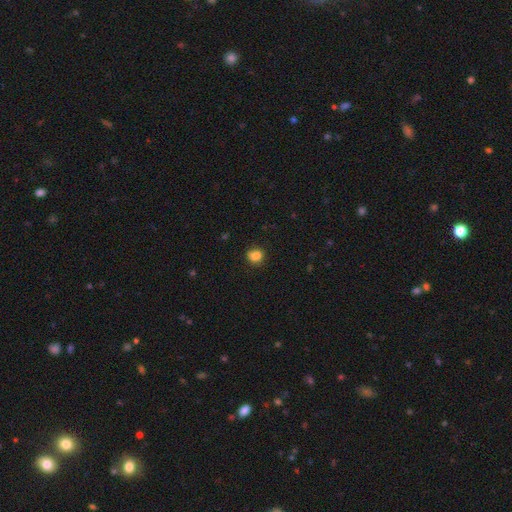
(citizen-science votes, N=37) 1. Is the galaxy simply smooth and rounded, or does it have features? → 92% smooth, 5% featured or disk, 3% star or artifact.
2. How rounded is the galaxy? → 79% round, 21% in between, 0% cigar-shaped.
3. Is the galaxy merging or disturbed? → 72% none, 22% minor disturbance, 6% major disturbance, 0% merger.